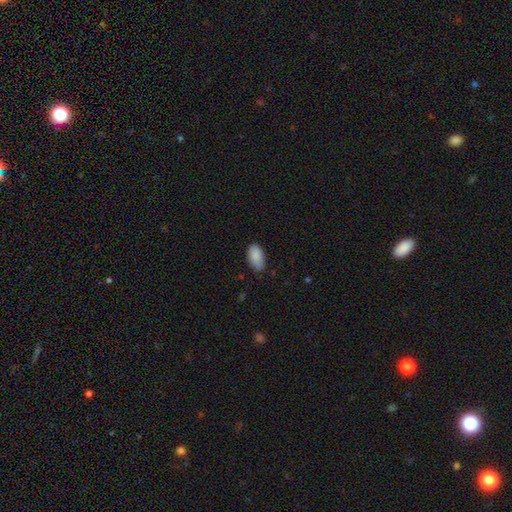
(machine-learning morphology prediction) This appears to be a smooth galaxy with no disk features (89%) that is in between round and cigar-shaped (94%). Merging: none (77%).